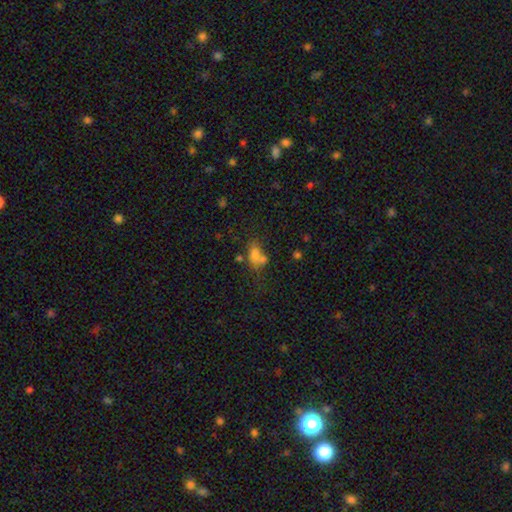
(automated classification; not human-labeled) A smooth galaxy with no disk features (66%) that is in between round and cigar-shaped (78%). Merging: merger (36%).